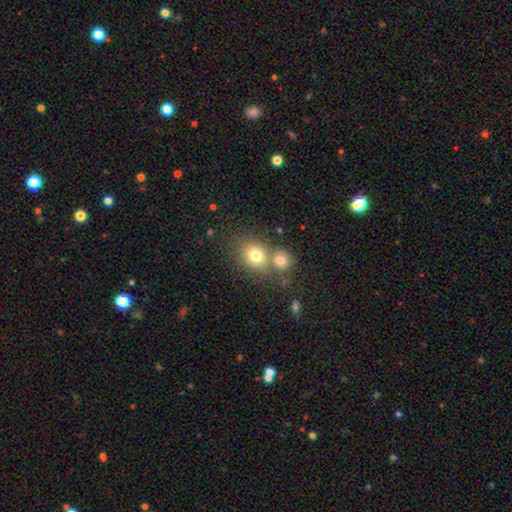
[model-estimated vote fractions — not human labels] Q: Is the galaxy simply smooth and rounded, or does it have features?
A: smooth — 76%.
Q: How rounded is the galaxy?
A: round — 66%.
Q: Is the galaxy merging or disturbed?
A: none — 46%.